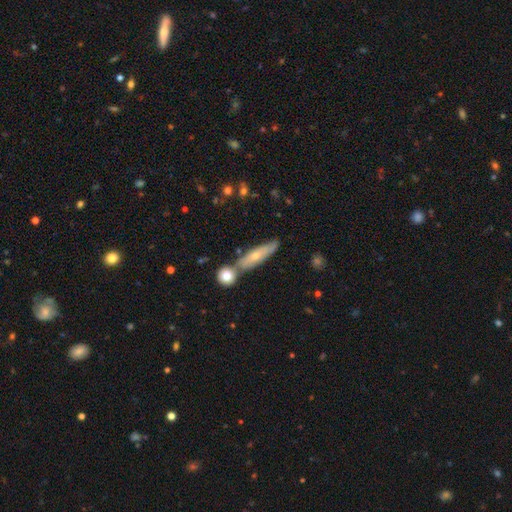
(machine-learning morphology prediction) Smooth or featured: smooth — 52% (featured or disk — 41%)
How rounded: cigar-shaped — 73% (in between — 24%)
Merging: none — 62% (merger — 18%)